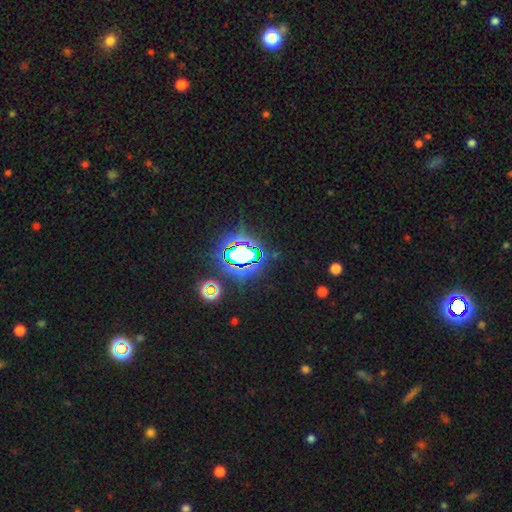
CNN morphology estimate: This appears to be a star or artifact, not a galaxy (82%).